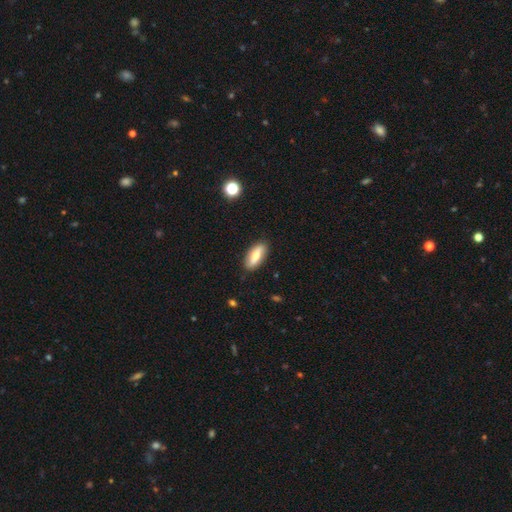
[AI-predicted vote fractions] This is likely a smooth galaxy (60%). How rounded: likely in between (77%). Merging: clearly none (87%).